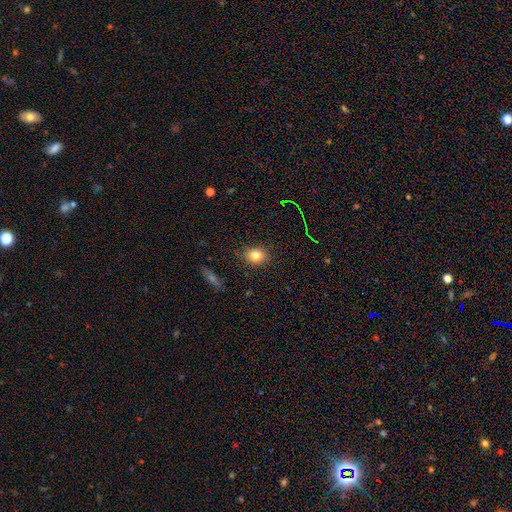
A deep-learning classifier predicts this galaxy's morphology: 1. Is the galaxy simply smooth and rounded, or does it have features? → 79% smooth, 12% star or artifact, 8% featured or disk.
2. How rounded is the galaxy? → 52% round, 46% in between, 1% cigar-shaped.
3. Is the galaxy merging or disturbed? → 85% none, 11% minor disturbance, 2% major disturbance, 1% merger.